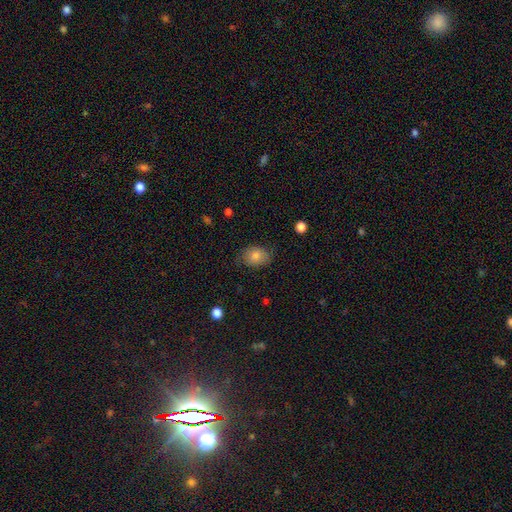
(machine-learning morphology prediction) A smooth galaxy with no disk features (79%) that is in between round and cigar-shaped (69%). Merging: none (75%).